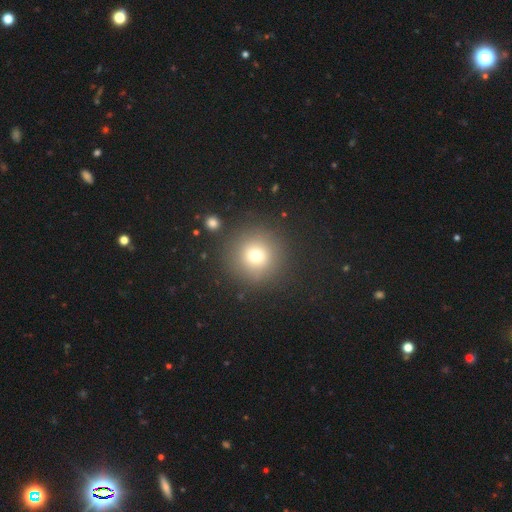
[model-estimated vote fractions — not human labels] A smooth galaxy with no disk features (72%) that is round (95%). Merging: none (87%).